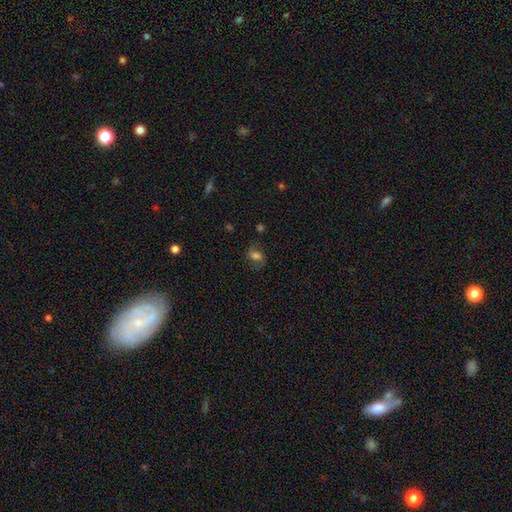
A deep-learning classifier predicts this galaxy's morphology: Smooth or featured? smooth (55%)
How rounded? in between (72%)
Merging? none (64%)